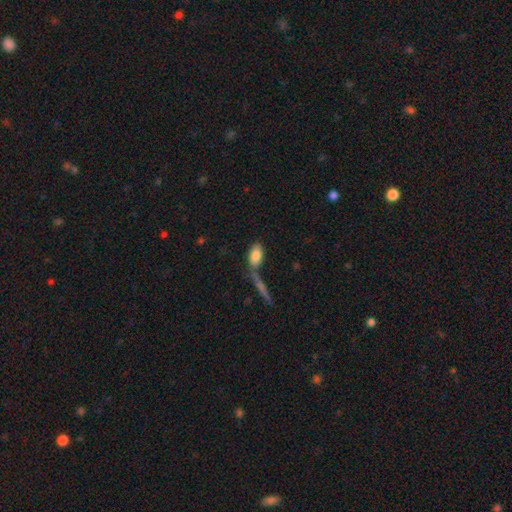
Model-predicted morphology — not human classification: The model was most divided on "merging": none: 54%, merger: 26%, minor disturbance: 15%, major disturbance: 6%. More confident: how rounded — in between (89%); smooth or featured — smooth (81%).